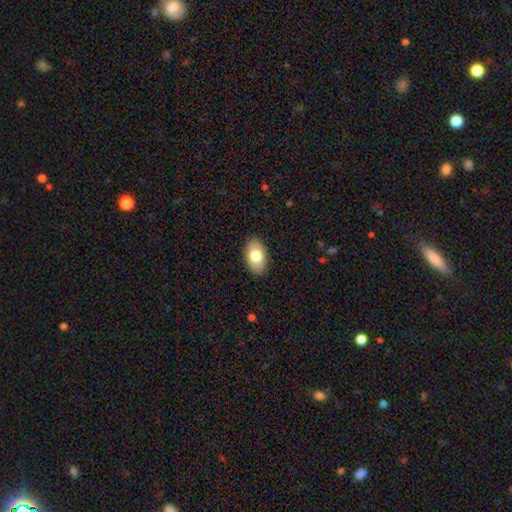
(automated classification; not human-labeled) A smooth galaxy with no disk features (77%) that is in between round and cigar-shaped (91%).

Vote fractions:
- Smooth or featured? smooth: 77% / featured or disk: 16% / star or artifact: 7%
- How rounded? in between: 91% / round: 7% / cigar-shaped: 1%
- Merging? none: 87% / minor disturbance: 9% / major disturbance: 2% / merger: 1%